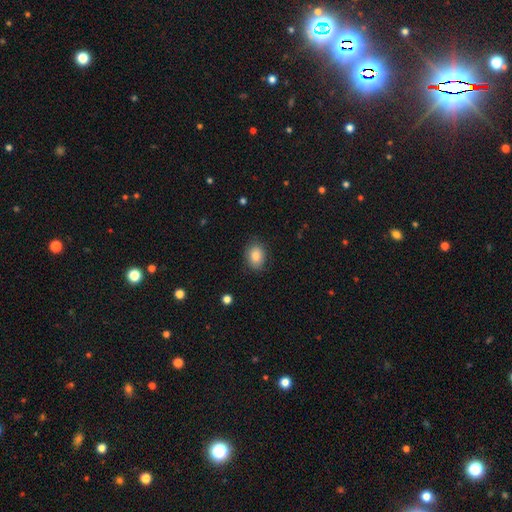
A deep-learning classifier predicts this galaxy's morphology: type=smooth (86%); roundness=in between (68%); merging=none (83%).